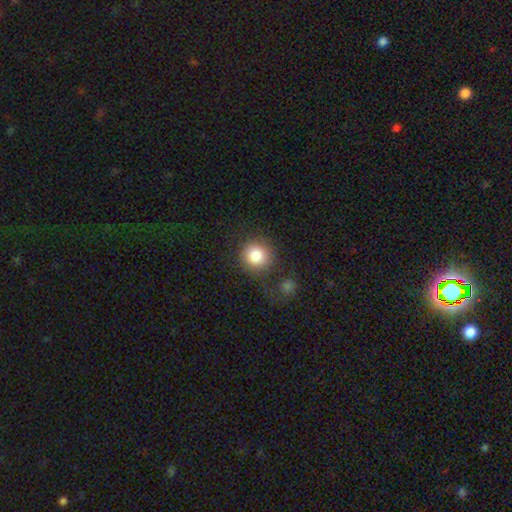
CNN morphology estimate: type=smooth (83%); roundness=round (93%); merging=none (77%).